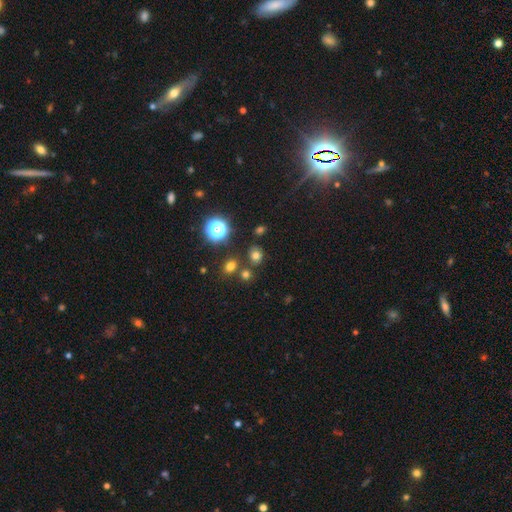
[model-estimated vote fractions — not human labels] Smooth or featured?
  - smooth: 69% *
  - star or artifact: 24%
  - featured or disk: 7%
How rounded?
  - round: 71% *
  - in between: 28%
  - cigar-shaped: 1%
Merging?
  - none: 78% *
  - minor disturbance: 9%
  - merger: 9%
  - major disturbance: 3%